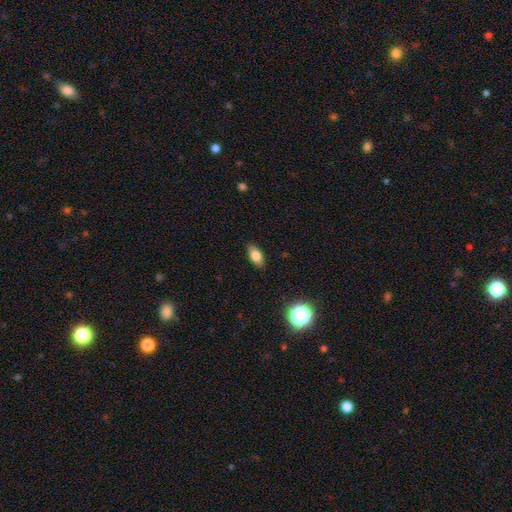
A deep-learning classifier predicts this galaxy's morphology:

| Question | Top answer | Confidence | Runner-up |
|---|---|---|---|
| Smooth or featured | smooth | 78% | featured or disk (13%) |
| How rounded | in between | 86% | cigar-shaped (9%) |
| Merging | none | 88% | minor disturbance (9%) |